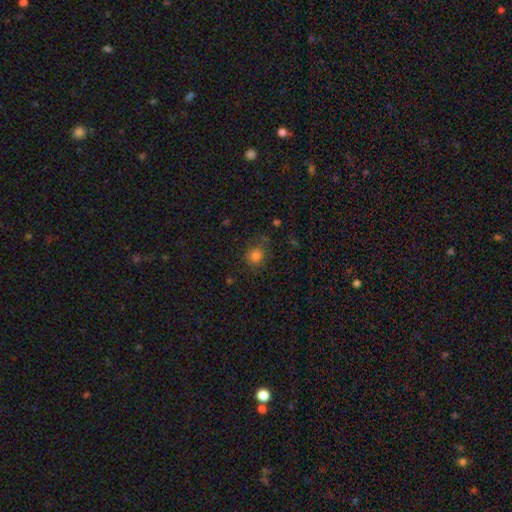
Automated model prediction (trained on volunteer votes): A smooth galaxy with no disk features (79%) that is round (78%).

Vote fractions:
- Smooth or featured? smooth: 79% / star or artifact: 12% / featured or disk: 9%
- How rounded? round: 78% / in between: 21% / cigar-shaped: 1%
- Merging? none: 67% / minor disturbance: 20% / major disturbance: 10% / merger: 2%